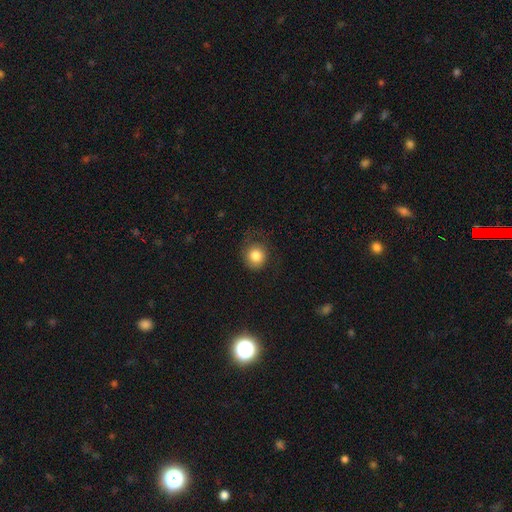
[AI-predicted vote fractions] Smooth or featured?
  - smooth: 83% *
  - star or artifact: 9%
  - featured or disk: 8%
How rounded?
  - round: 87% *
  - in between: 13%
  - cigar-shaped: 1%
Merging?
  - none: 72% *
  - minor disturbance: 18%
  - major disturbance: 9%
  - merger: 1%